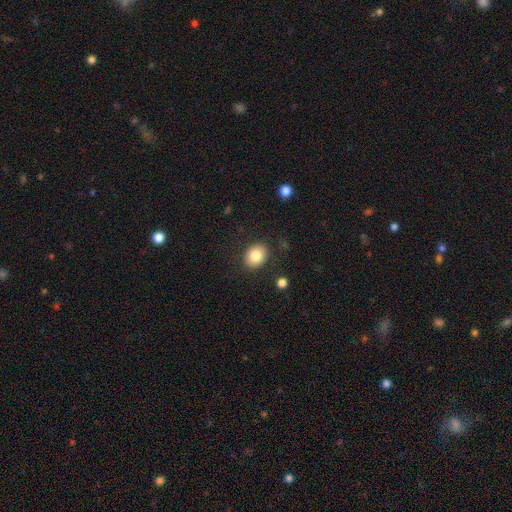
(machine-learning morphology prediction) smooth-or-featured: smooth: 83% | featured or disk: 9% | star or artifact: 8%
  how-rounded: in between: 53% | round: 46% | cigar-shaped: 1%
  merging: none: 85% | minor disturbance: 10% | major disturbance: 3% | merger: 2%